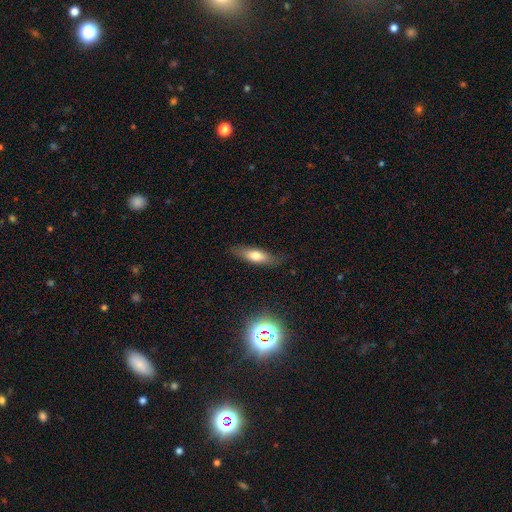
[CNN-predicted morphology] A smooth galaxy with no disk features (66%) that is cigar-shaped (50%).

Vote fractions:
- Smooth or featured? smooth: 66% / featured or disk: 26% / star or artifact: 9%
- How rounded? cigar-shaped: 50% / in between: 48% / round: 3%
- Merging? none: 80% / minor disturbance: 15% / major disturbance: 3% / merger: 1%